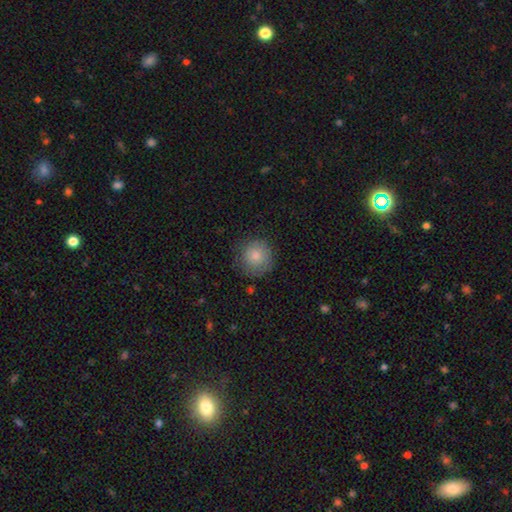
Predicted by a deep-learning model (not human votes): Smooth or featured?
  - smooth: 83% *
  - featured or disk: 9%
  - star or artifact: 9%
How rounded?
  - round: 94% *
  - in between: 5%
  - cigar-shaped: 1%
Merging?
  - none: 78% *
  - minor disturbance: 16%
  - major disturbance: 5%
  - merger: 1%